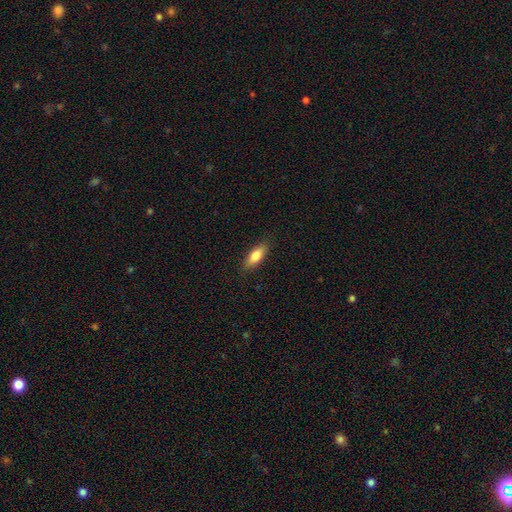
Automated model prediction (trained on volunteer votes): This appears to be a smooth galaxy with no disk features (79%) that is in between round and cigar-shaped (68%). Merging: none (86%).